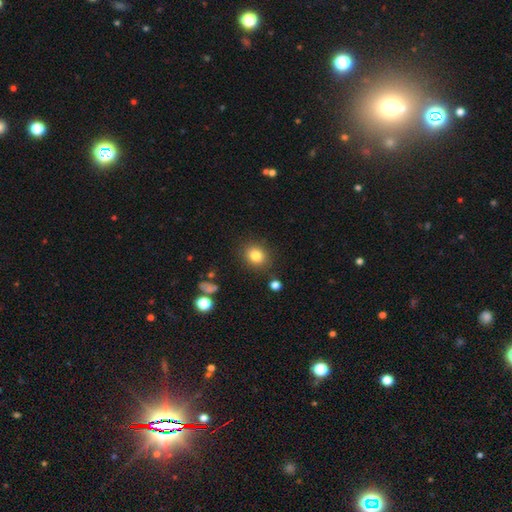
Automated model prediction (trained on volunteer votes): smooth_or_featured: smooth (p=0.82) [alt: star or artifact p=0.11]
how_rounded: round (p=0.67) [alt: in between p=0.32]
merging: none (p=0.86) [alt: minor disturbance p=0.09]